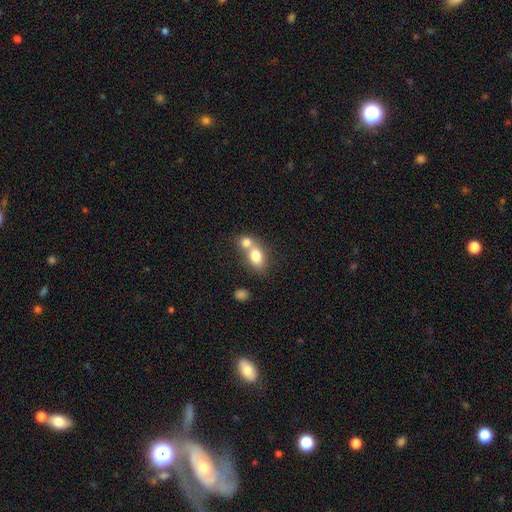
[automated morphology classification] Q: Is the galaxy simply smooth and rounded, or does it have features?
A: smooth — 76%.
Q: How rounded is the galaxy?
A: in between — 65%.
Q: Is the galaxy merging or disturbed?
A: merger — 65%.